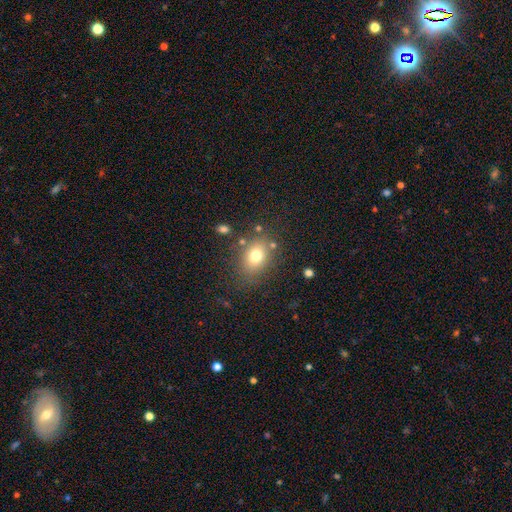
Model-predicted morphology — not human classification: smooth 75%, star or artifact 13%, featured or disk 12%. Down the decision tree: how rounded — in between (61%); merging — none (76%).